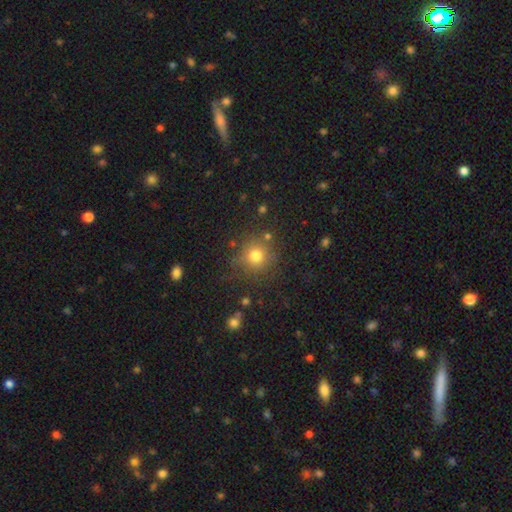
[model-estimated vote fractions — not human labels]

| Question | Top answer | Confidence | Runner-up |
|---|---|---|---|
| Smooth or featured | smooth | 76% | star or artifact (16%) |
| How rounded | round | 92% | in between (7%) |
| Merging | none | 81% | minor disturbance (11%) |